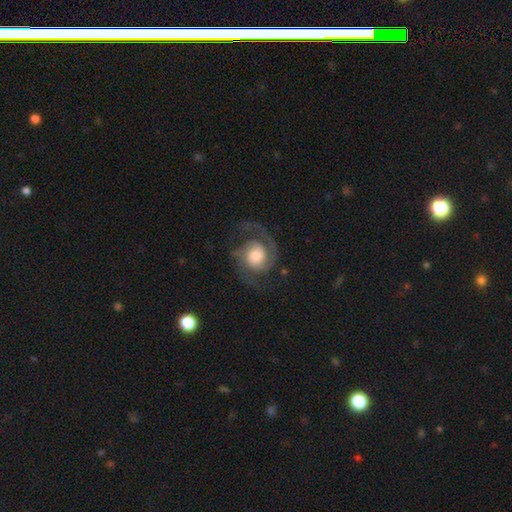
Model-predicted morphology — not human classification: The model was most divided on "bulge size": large: 42%, moderate: 37%, small: 10%, dominant: 7%, none: 3%. Remaining: edge-on disk — no (98%); spiral arms — yes (97%); smooth or featured — featured or disk (86%); spiral arm count — 2 (83%); bar — no (71%); merging — none (70%); spiral winding — medium (49%).